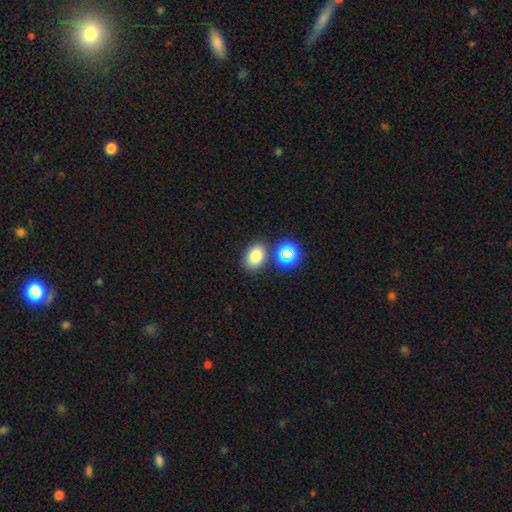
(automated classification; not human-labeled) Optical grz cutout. It shows a smooth galaxy with no disk features (76%) that is in between round and cigar-shaped (63%). Merging: none (77%).